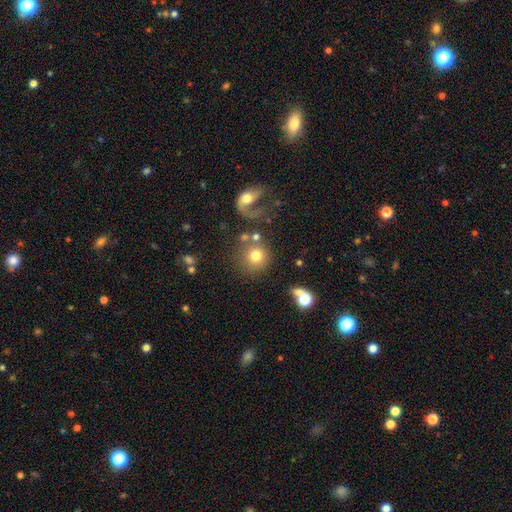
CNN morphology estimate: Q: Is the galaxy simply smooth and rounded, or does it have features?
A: smooth — 72%.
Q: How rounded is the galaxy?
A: round — 91%.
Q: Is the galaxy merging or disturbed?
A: none — 65%.